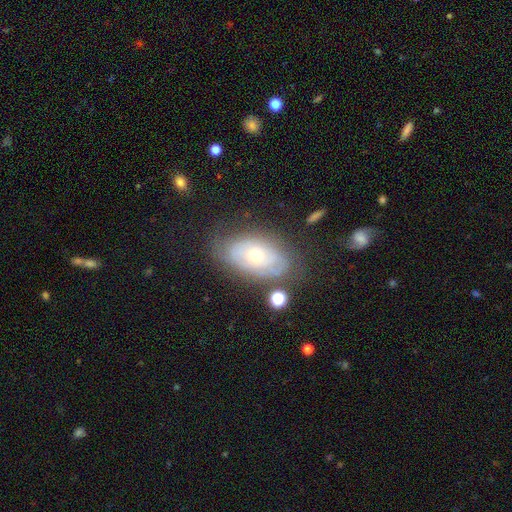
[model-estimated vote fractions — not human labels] This is likely a featured or disk galaxy (67%). It is clearly not viewed edge-on (92%). Bar: clearly no (83%). Spiral arm pattern: likely yes (71%). Central bulge: likely moderate (61%). Merging: likely none (65%).